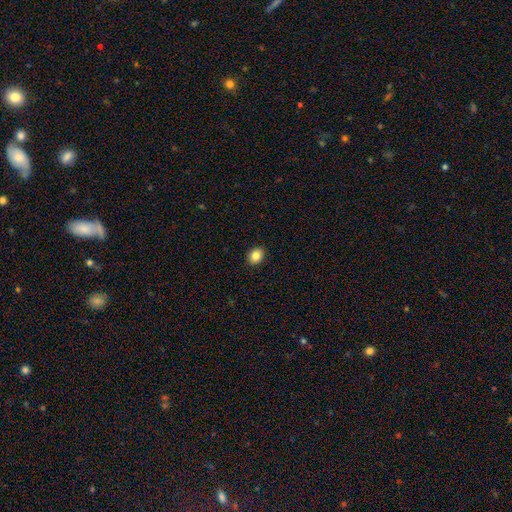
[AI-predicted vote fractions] Overall: smooth (85%). How rounded: in between (50%; round 49%). Merging: none (92%).